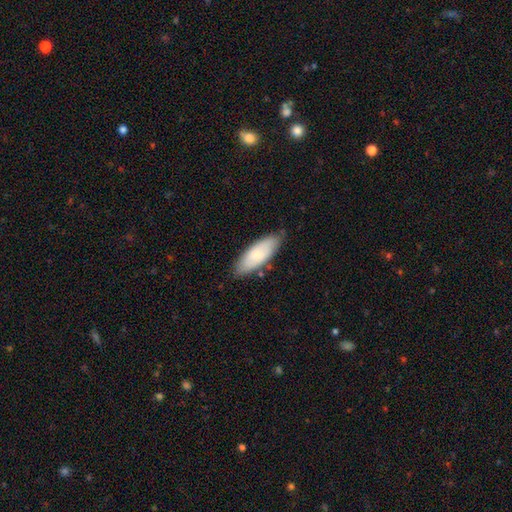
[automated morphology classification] Smooth or featured?
  - smooth: 76% *
  - featured or disk: 18%
  - star or artifact: 6%
How rounded?
  - in between: 72% *
  - cigar-shaped: 27%
  - round: 2%
Merging?
  - none: 77% *
  - minor disturbance: 18%
  - major disturbance: 3%
  - merger: 2%